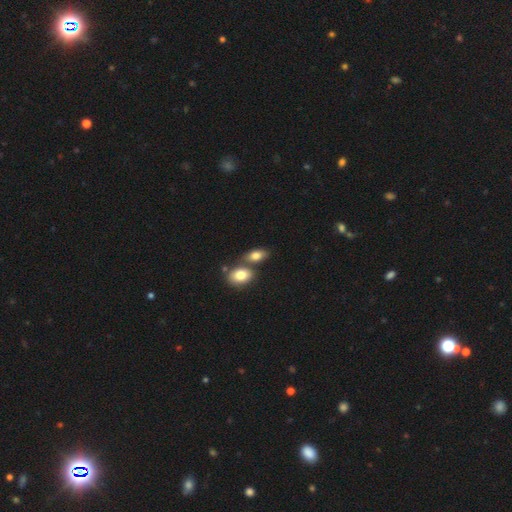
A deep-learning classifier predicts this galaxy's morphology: A smooth galaxy with no disk features (79%) that is in between round and cigar-shaped (86%).

Vote fractions:
- Smooth or featured? smooth: 79% / featured or disk: 12% / star or artifact: 9%
- How rounded? in between: 86% / round: 11% / cigar-shaped: 3%
- Merging? none: 48% / merger: 38% / minor disturbance: 11% / major disturbance: 4%